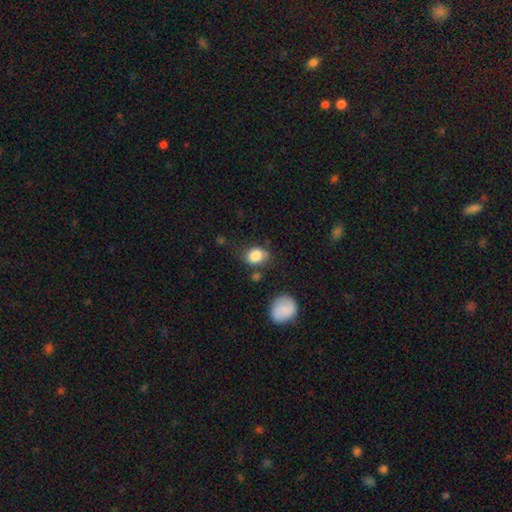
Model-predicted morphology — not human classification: smooth_or_featured: smooth (p=0.84) [alt: star or artifact p=0.09]
how_rounded: in between (p=0.54) [alt: round p=0.45]
merging: none (p=0.66) [alt: minor disturbance p=0.22]